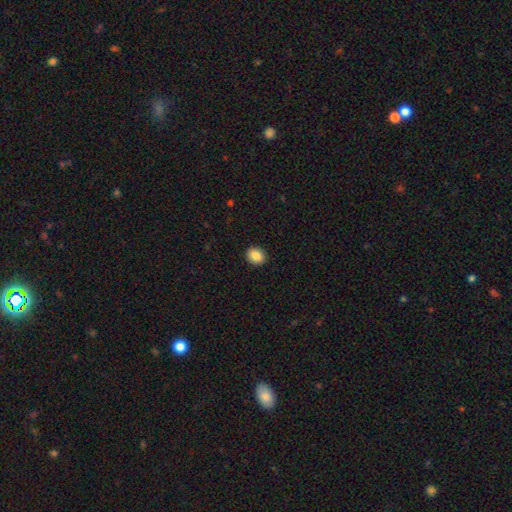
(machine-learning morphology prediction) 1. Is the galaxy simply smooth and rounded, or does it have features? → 86% smooth, 9% star or artifact, 5% featured or disk.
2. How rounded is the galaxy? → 62% round, 37% in between, 1% cigar-shaped.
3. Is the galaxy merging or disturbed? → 92% none, 5% minor disturbance, 2% major disturbance, 1% merger.